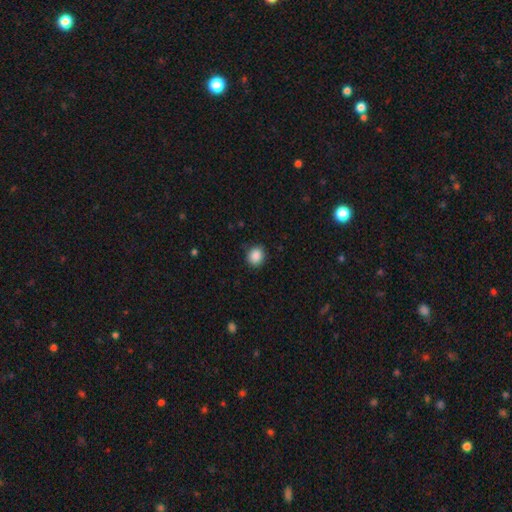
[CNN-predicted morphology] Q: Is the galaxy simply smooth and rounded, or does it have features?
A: smooth — 88%.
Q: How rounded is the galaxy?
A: round — 68%.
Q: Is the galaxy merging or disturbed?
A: none — 86%.